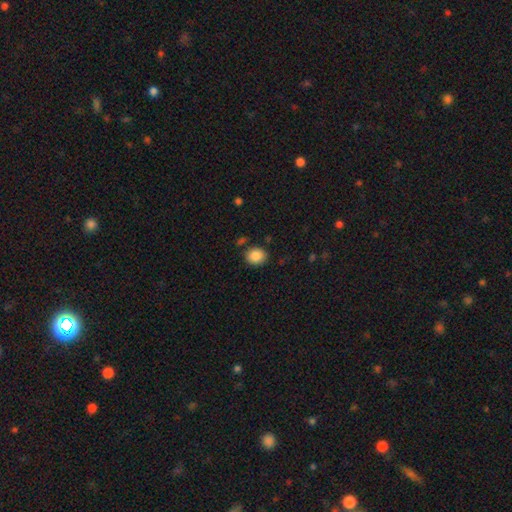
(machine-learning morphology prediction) type=smooth (86%); roundness=round (68%); merging=none (83%).